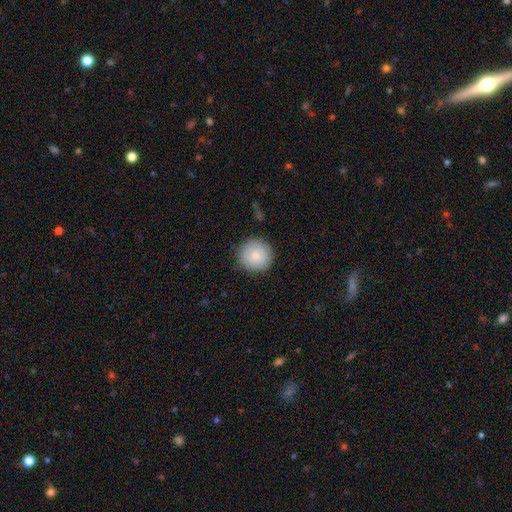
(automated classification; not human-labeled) A smooth galaxy with no disk features (79%) that is round (93%).

Vote fractions:
- Smooth or featured? smooth: 79% / featured or disk: 14% / star or artifact: 7%
- How rounded? round: 93% / in between: 6% / cigar-shaped: 1%
- Merging? none: 87% / minor disturbance: 9% / major disturbance: 2% / merger: 1%